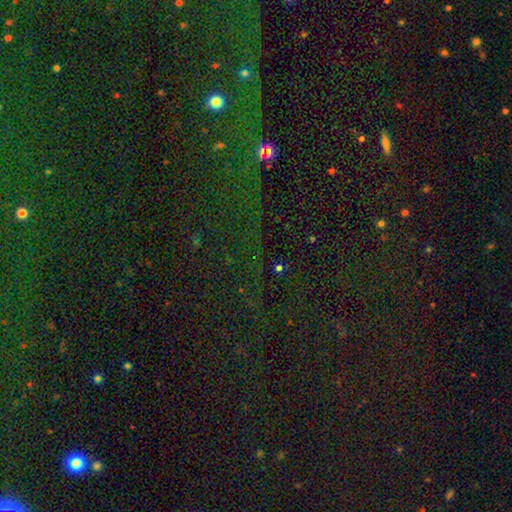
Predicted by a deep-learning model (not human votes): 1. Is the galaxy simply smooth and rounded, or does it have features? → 80% star or artifact, 11% smooth, 8% featured or disk.